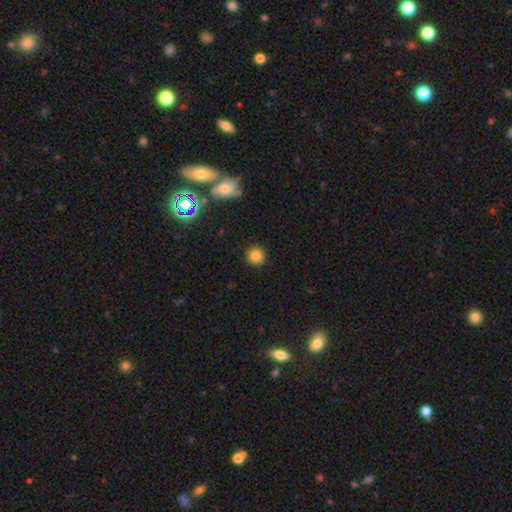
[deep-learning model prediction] Overall: smooth (82%). How rounded: round (93%). Merging: none (90%).